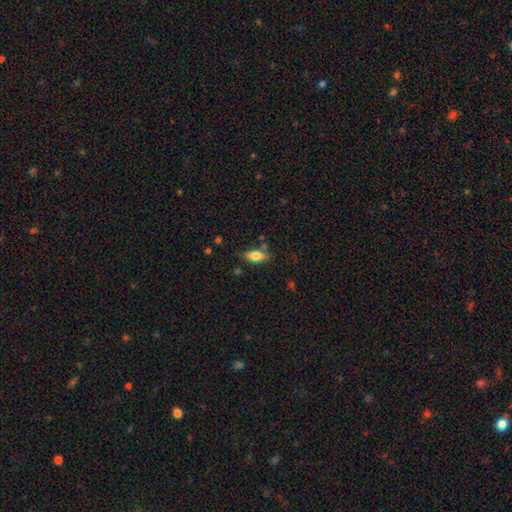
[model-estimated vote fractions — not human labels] A smooth galaxy with no disk features (81%) that is in between round and cigar-shaped (85%). Merging: none (76%).